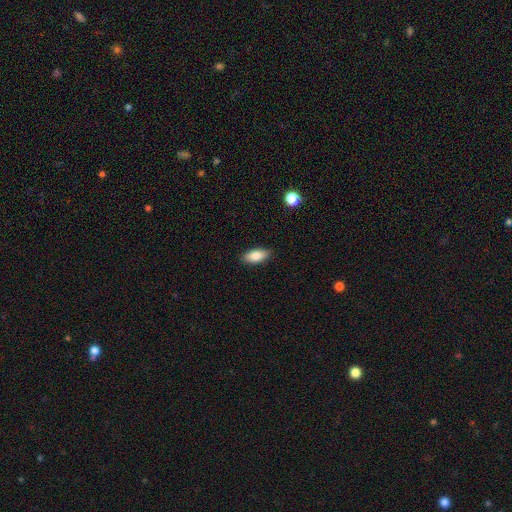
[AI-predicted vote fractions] Overall: smooth (83%). How rounded: in between (86%). Merging: none (89%).